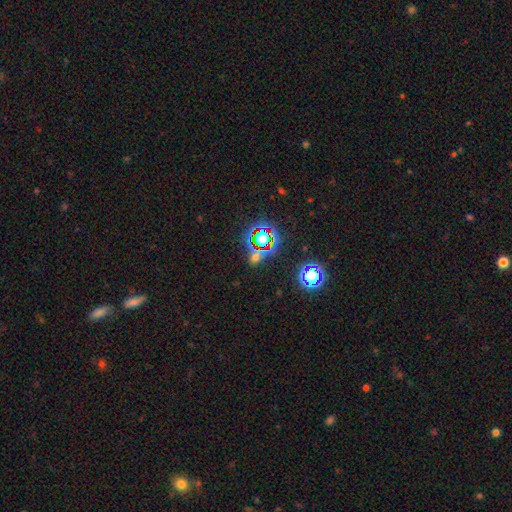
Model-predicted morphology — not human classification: The model was most divided on "smooth or featured": star or artifact: 72%, smooth: 19%, featured or disk: 9%.